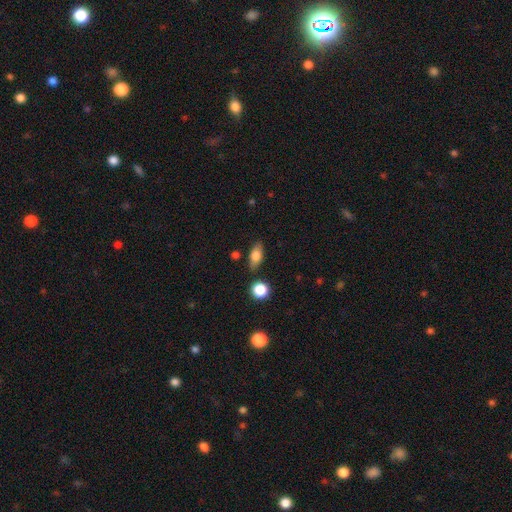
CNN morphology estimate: type=smooth (76%); roundness=in between (79%); merging=none (80%).